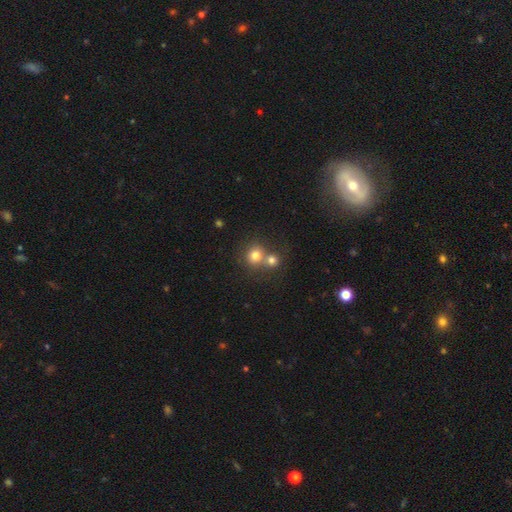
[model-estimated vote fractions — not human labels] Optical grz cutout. It shows a smooth galaxy with no disk features (76%) that is round (87%). Merging: merger (47%).